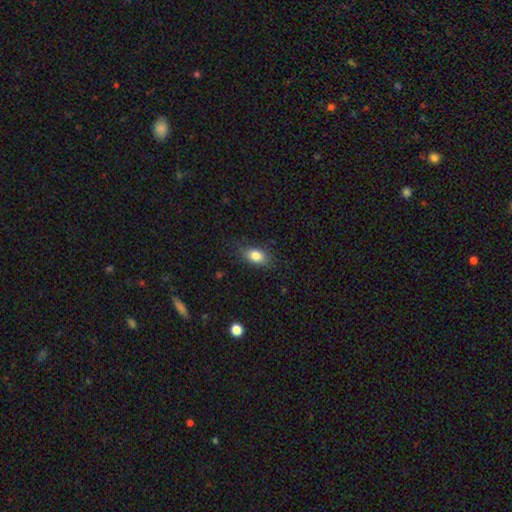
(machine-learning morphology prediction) This appears to be a smooth galaxy with no disk features (83%) that is in between round and cigar-shaped (85%). Merging: none (80%).